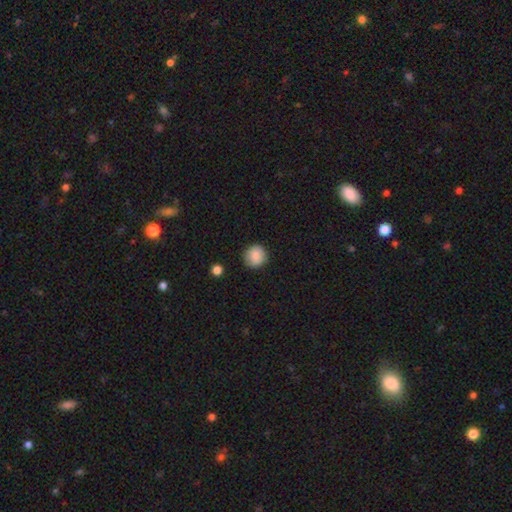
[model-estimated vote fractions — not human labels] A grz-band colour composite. It shows a smooth galaxy with no disk features (86%) that is round (92%). Merging: none (87%).